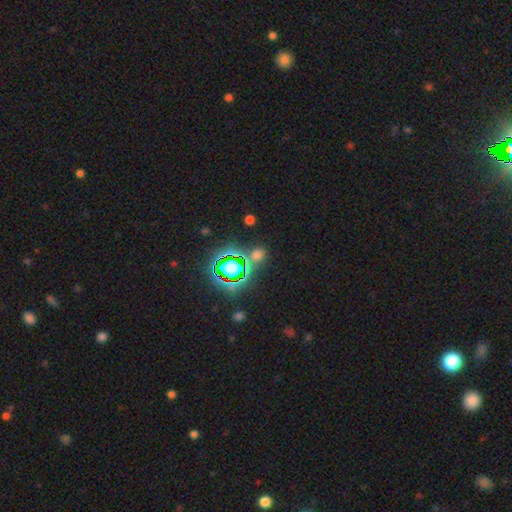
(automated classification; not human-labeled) Smooth or featured? star or artifact (54%)